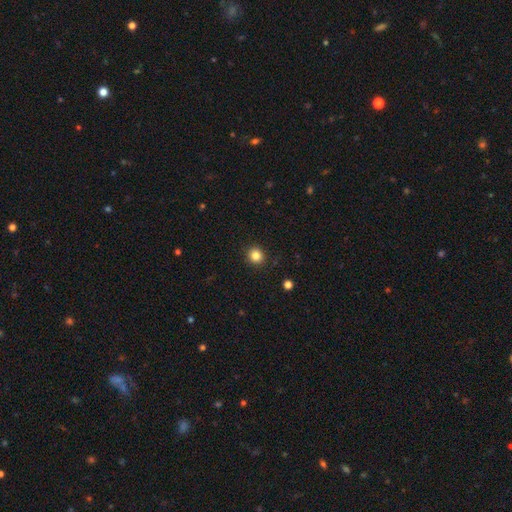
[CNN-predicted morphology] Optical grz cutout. It shows a smooth galaxy with no disk features (84%) that is round (90%). Merging: none (92%).